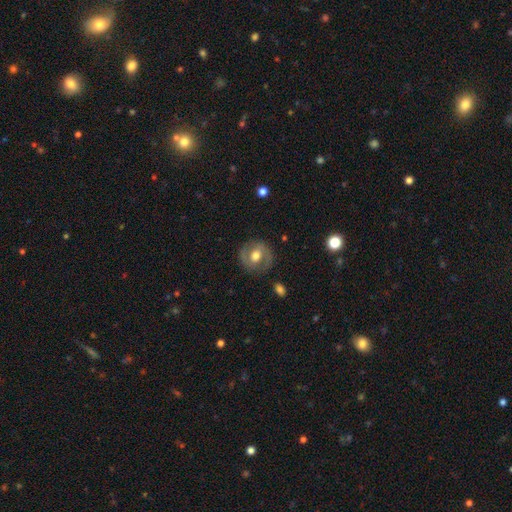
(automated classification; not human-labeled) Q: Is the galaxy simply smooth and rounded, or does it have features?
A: featured or disk — 54%.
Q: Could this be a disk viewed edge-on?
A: no — 96%.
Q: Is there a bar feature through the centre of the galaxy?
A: no — 49%.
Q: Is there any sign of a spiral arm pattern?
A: yes — 56%.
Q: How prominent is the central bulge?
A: moderate — 67%.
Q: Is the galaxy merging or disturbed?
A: none — 82%.